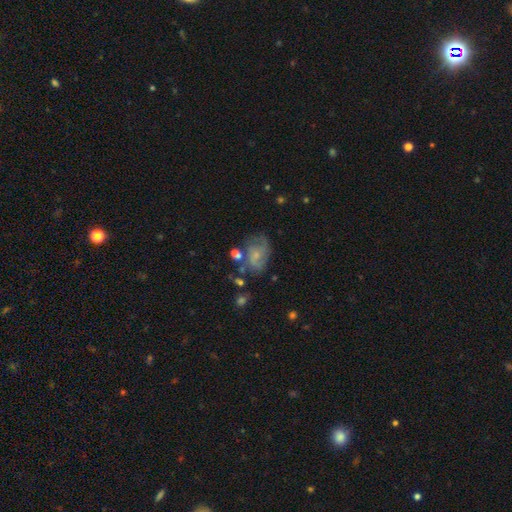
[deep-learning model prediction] Smooth or featured: featured or disk — 55% (smooth — 35%)
Edge-on disk: no — 97% (yes — 3%)
Bar: no — 67% (weak — 29%)
Spiral arms: yes — 75% (no — 25%)
Bulge size: small — 63% (moderate — 21%)
Merging: none — 45% (minor disturbance — 26%)